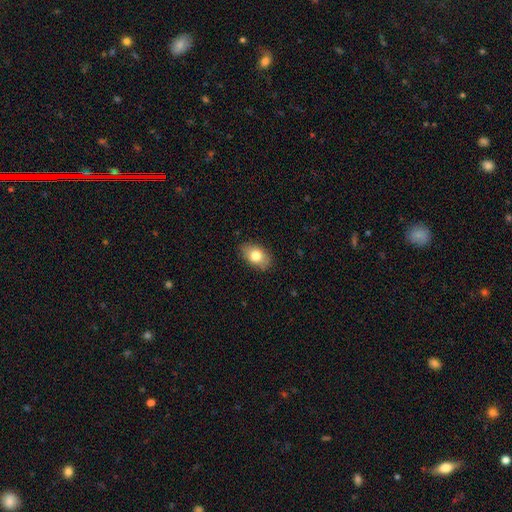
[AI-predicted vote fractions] A smooth galaxy with no disk features (79%) that is in between round and cigar-shaped (88%).

Vote fractions:
- Smooth or featured? smooth: 79% / featured or disk: 14% / star or artifact: 7%
- How rounded? in between: 88% / round: 11% / cigar-shaped: 2%
- Merging? none: 85% / minor disturbance: 12% / major disturbance: 2% / merger: 1%